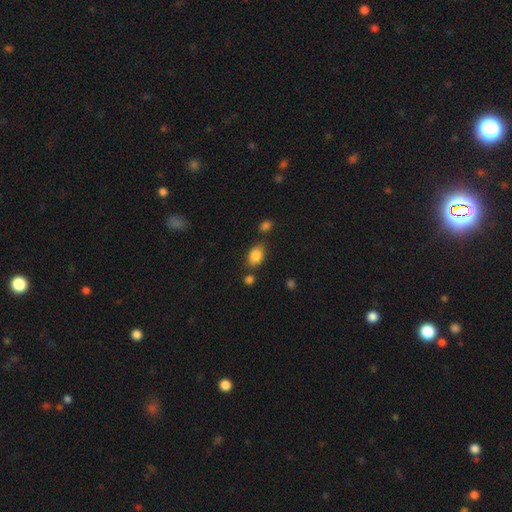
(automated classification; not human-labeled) A smooth galaxy with no disk features (85%) that is in between round and cigar-shaped (80%). Merging: none (71%).